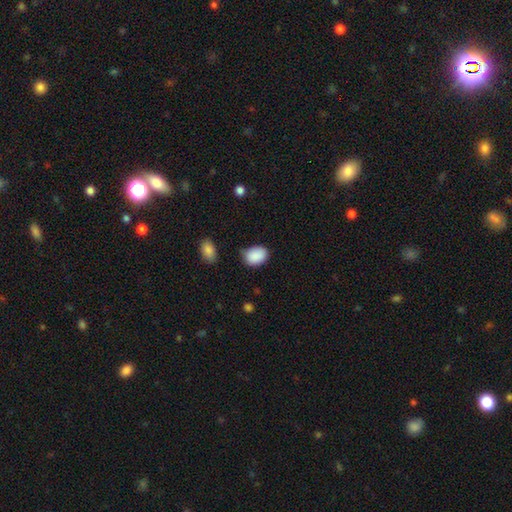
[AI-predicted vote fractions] Overall: smooth (89%). How rounded: in between (74%). Merging: none (71%).